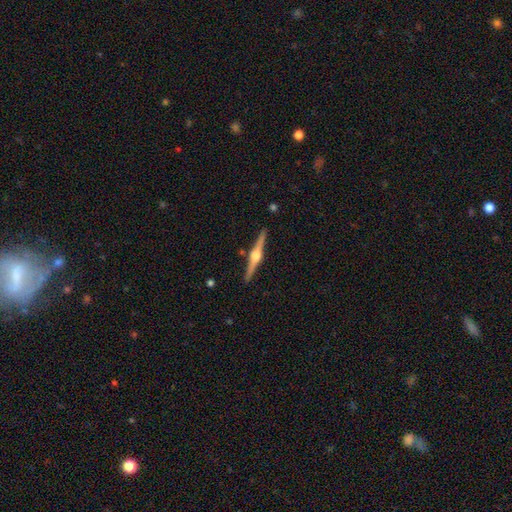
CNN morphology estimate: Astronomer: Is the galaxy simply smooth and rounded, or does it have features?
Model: featured or disk — 85%.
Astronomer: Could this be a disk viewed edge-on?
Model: yes — 99%.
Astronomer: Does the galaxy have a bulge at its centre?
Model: rounded — 94%.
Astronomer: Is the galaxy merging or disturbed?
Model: none — 91%.